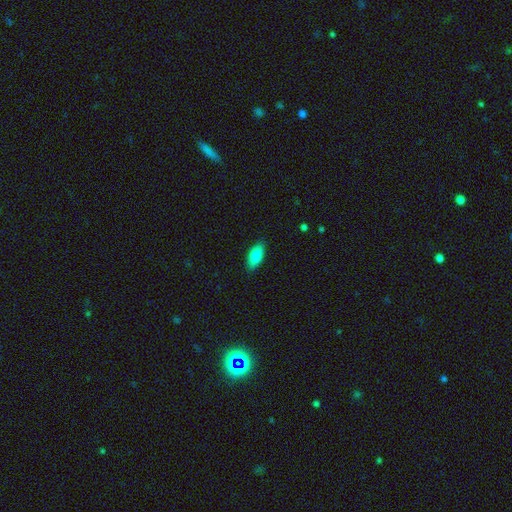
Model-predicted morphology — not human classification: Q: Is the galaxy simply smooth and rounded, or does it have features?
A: smooth — 82%.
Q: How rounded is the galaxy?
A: in between — 88%.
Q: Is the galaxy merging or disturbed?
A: none — 88%.